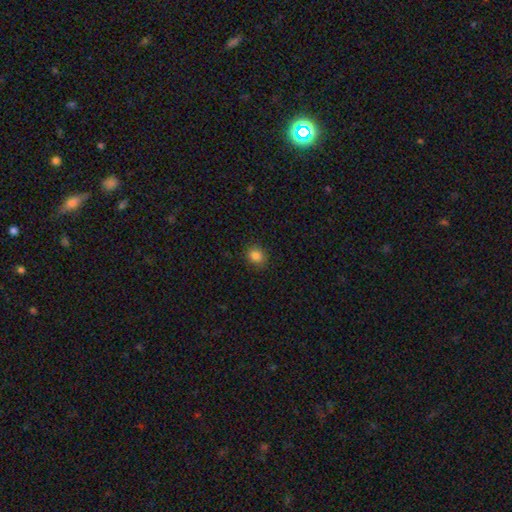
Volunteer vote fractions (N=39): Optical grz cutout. It shows a smooth galaxy with no disk features (90%) that is round (74%). Merging: none (89%).